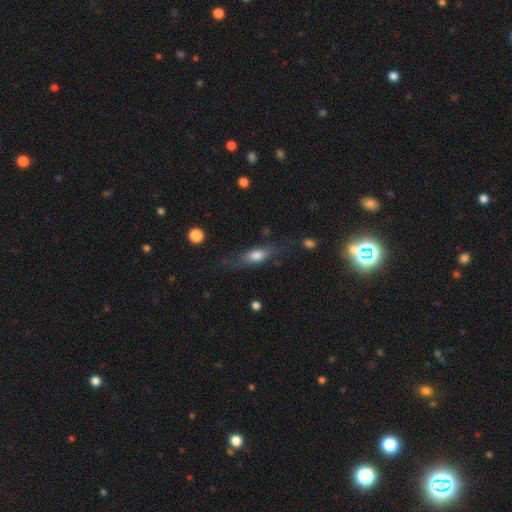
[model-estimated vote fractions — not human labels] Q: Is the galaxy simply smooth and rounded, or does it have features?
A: smooth — 65%.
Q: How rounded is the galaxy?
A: in between — 58%.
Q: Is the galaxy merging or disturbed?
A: none — 62%.